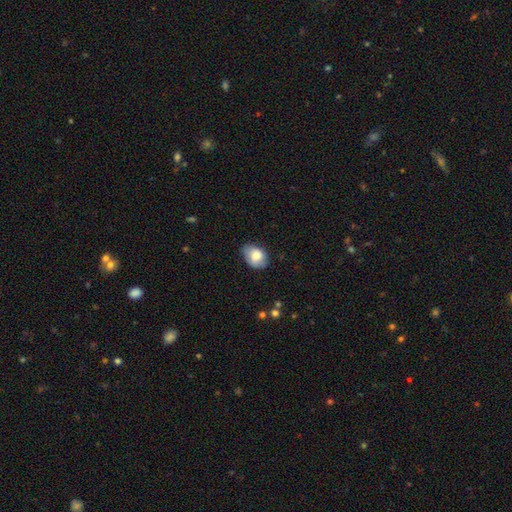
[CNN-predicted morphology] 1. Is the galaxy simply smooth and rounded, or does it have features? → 78% smooth, 15% featured or disk, 7% star or artifact.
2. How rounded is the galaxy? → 79% in between, 20% round, 1% cigar-shaped.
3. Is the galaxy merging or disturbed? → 67% none, 27% minor disturbance, 5% major disturbance, 1% merger.